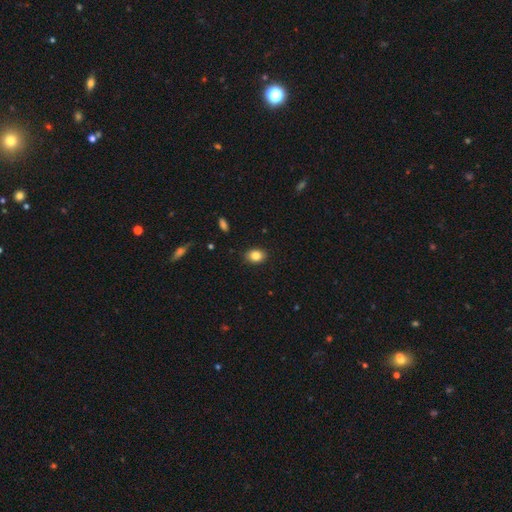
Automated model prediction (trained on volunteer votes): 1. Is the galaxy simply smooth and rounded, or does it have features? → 85% smooth, 9% star or artifact, 7% featured or disk.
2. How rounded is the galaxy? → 67% in between, 32% round, 1% cigar-shaped.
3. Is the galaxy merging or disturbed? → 88% none, 9% minor disturbance, 2% major disturbance, 1% merger.